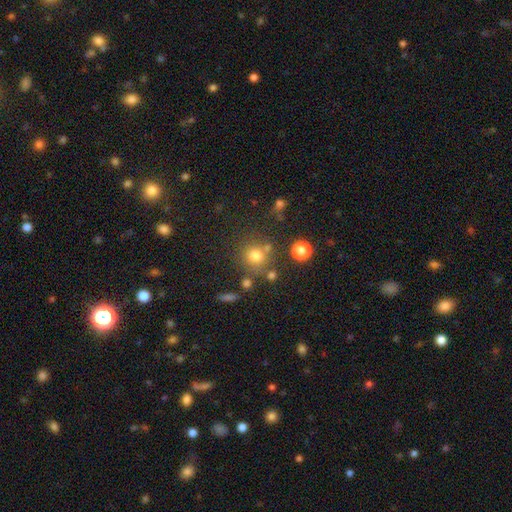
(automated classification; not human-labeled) The model was most divided on "merging": none: 71%, merger: 13%, minor disturbance: 11%, major disturbance: 5%. More confident: how rounded — round (90%); smooth or featured — smooth (75%).